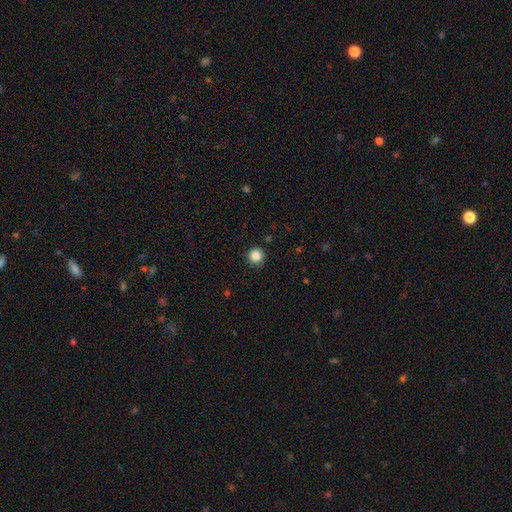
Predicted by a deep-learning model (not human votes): smooth 86%, star or artifact 11%, featured or disk 4%. Down the decision tree: how rounded — round (95%); merging — none (91%).